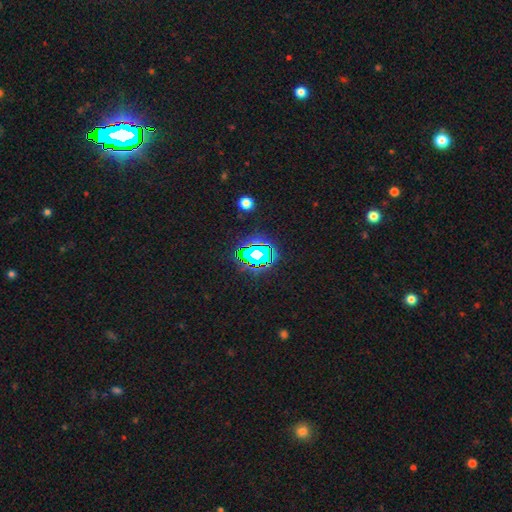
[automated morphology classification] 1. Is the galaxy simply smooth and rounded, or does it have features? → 71% star or artifact, 18% smooth, 11% featured or disk.